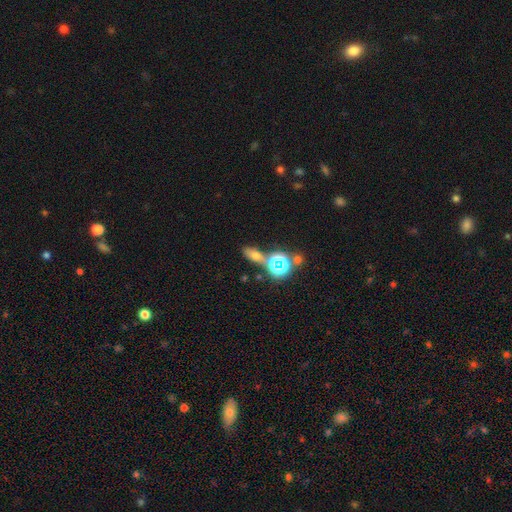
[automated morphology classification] Smooth or featured? smooth (52%)
How rounded? in between (66%)
Merging? none (62%)